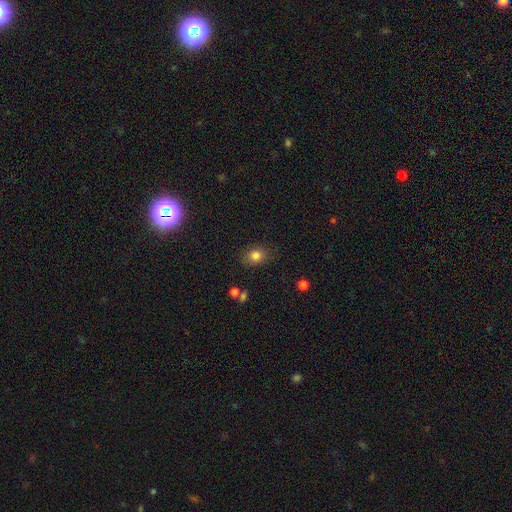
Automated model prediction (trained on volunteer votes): A smooth galaxy with no disk features (82%) that is in between round and cigar-shaped (60%).

Vote fractions:
- Smooth or featured? smooth: 82% / star or artifact: 11% / featured or disk: 7%
- How rounded? in between: 60% / round: 39% / cigar-shaped: 1%
- Merging? none: 79% / minor disturbance: 15% / major disturbance: 4% / merger: 2%